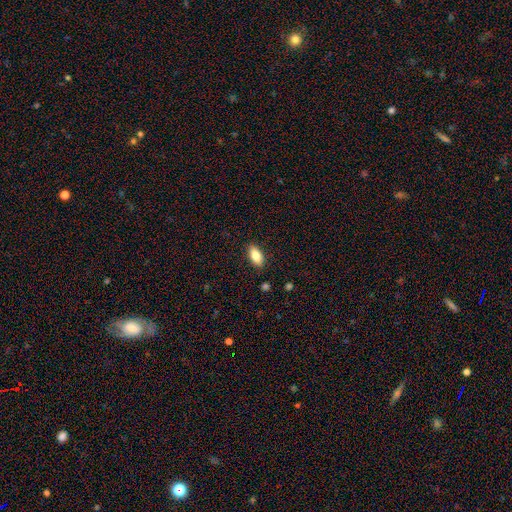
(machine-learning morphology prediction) The model was most divided on "smooth or featured": smooth: 81%, featured or disk: 12%, star or artifact: 7%. More confident: how rounded — in between (88%); merging — none (88%).